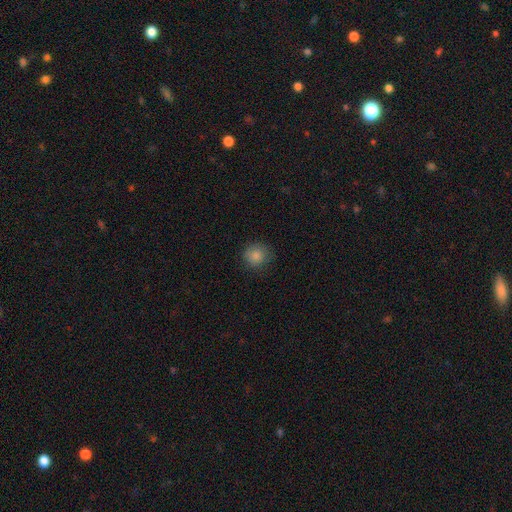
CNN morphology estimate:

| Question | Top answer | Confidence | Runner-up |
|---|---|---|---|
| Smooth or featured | smooth | 84% | star or artifact (11%) |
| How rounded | round | 90% | in between (9%) |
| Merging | none | 83% | minor disturbance (13%) |